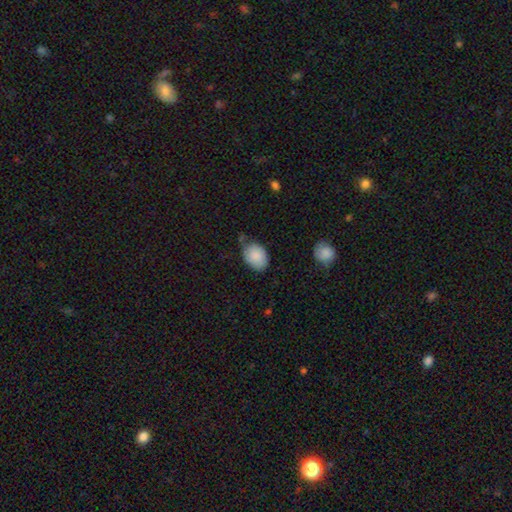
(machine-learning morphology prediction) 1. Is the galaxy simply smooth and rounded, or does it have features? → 87% smooth, 7% featured or disk, 6% star or artifact.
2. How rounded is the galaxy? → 78% in between, 21% round, 1% cigar-shaped.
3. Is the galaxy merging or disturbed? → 62% none, 28% minor disturbance, 6% major disturbance, 5% merger.